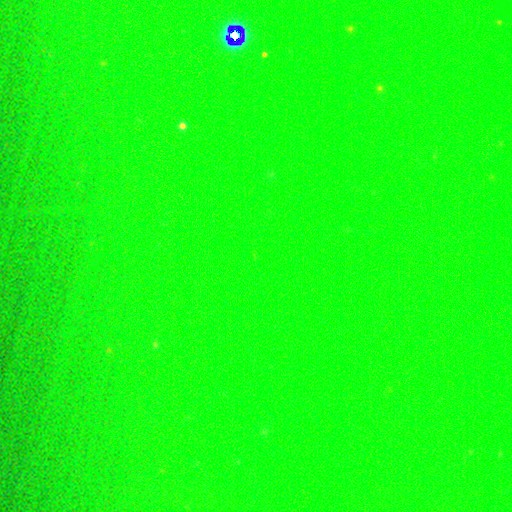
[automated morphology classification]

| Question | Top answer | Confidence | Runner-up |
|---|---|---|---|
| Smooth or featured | star or artifact | 76% | smooth (14%) |